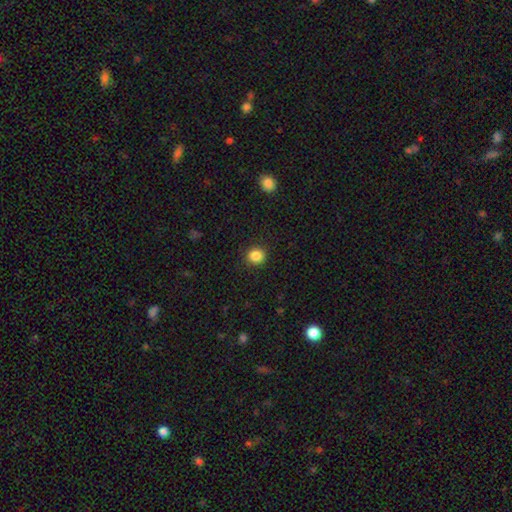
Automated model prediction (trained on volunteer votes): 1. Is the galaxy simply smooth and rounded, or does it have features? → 86% smooth, 10% star or artifact, 4% featured or disk.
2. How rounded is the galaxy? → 89% round, 10% in between, 1% cigar-shaped.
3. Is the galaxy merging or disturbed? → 91% none, 6% minor disturbance, 2% major disturbance, 1% merger.